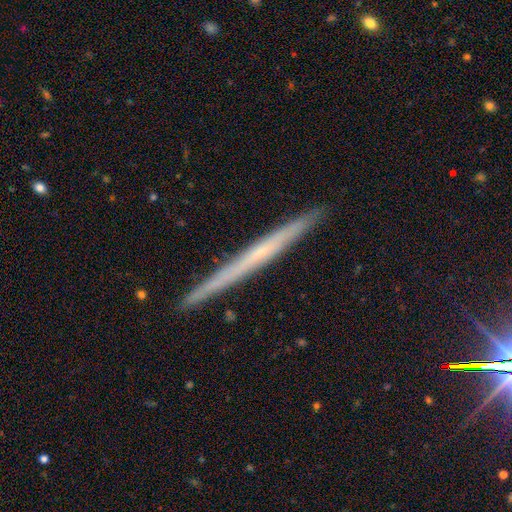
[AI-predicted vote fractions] The model was most divided on "smooth or featured": featured or disk: 60%, smooth: 30%, star or artifact: 10%. More confident: edge-on disk — yes (98%); merging — none (92%); edge-on bulge — none (81%).